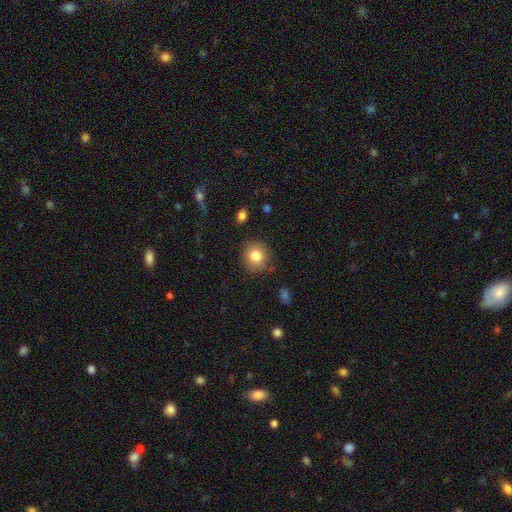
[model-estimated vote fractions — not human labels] This appears to be a smooth galaxy with no disk features (82%) that is round (90%). Merging: none (87%).